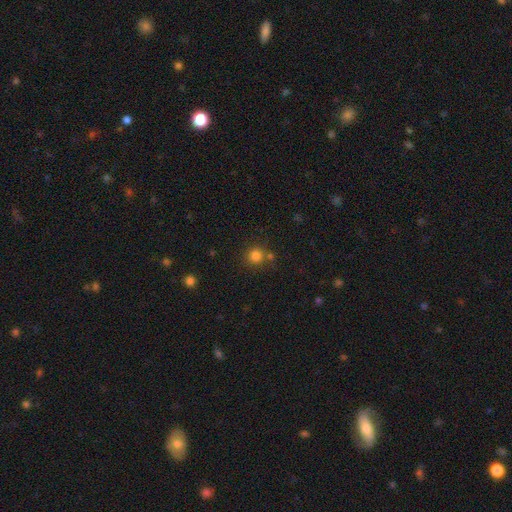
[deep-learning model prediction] Morphology: type=smooth (80%); roundness=round (91%); merging=none (73%).